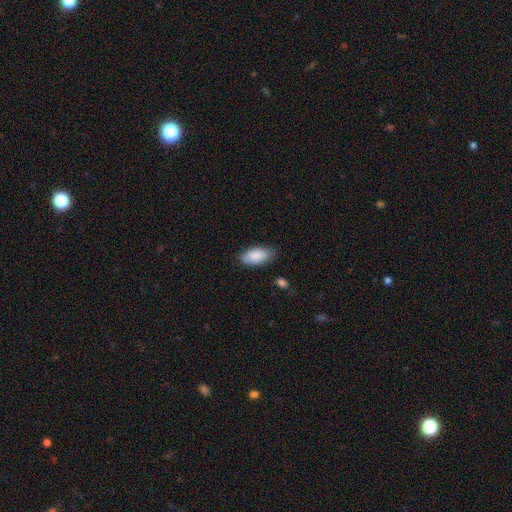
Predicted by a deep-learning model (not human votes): Morphology: type=smooth (89%); roundness=in between (91%); merging=none (80%).